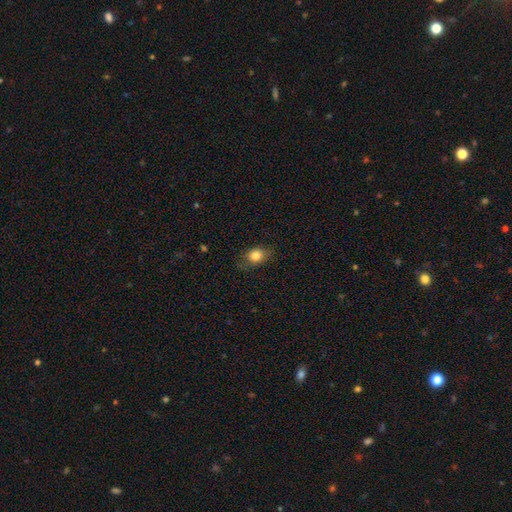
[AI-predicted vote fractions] This is clearly a smooth galaxy (82%). How rounded: possibly in between (57%). Merging: likely none (75%).